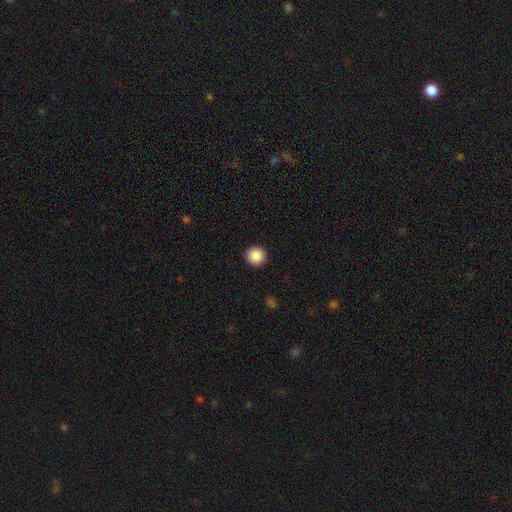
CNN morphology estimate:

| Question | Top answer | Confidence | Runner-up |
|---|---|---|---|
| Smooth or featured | smooth | 89% | star or artifact (9%) |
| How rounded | round | 94% | in between (5%) |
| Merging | none | 92% | minor disturbance (5%) |